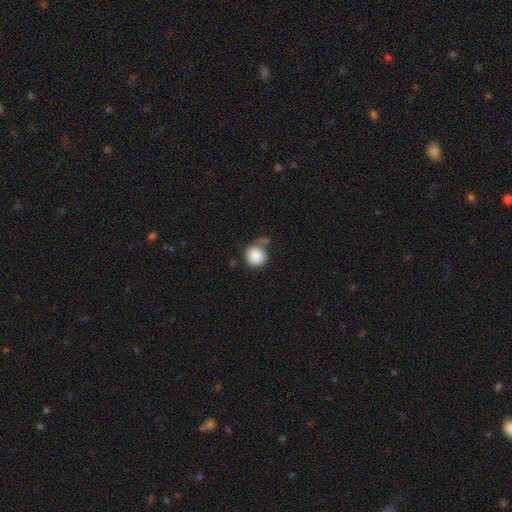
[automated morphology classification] Smooth or featured? Predicted: smooth (p=0.86). How rounded? Predicted: round (p=0.90). Merging? Predicted: none (p=0.51).